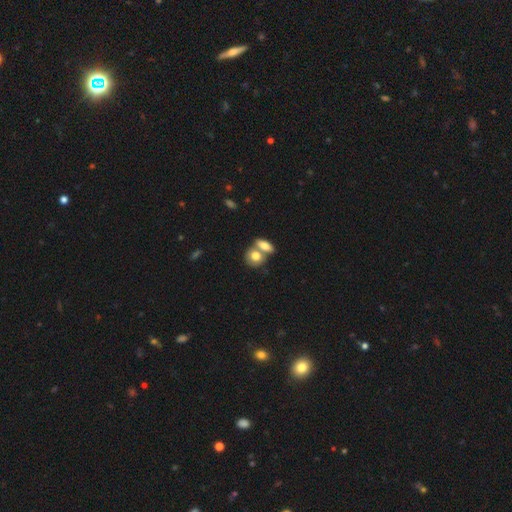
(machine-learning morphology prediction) A smooth galaxy with no disk features (76%) that is in between round and cigar-shaped (53%). Merging: merger (55%).